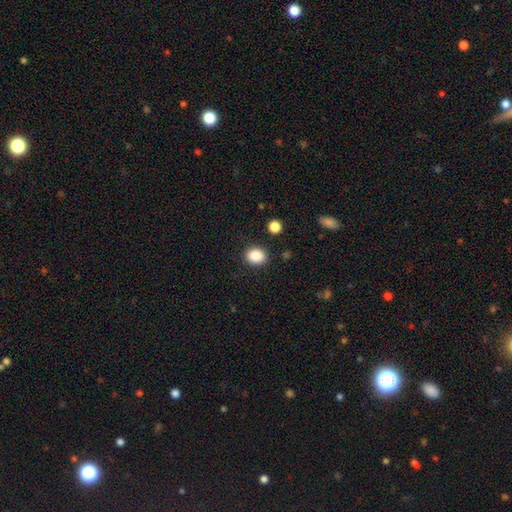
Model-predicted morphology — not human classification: This appears to be a smooth galaxy with no disk features (88%) that is round (54%). Merging: none (86%).